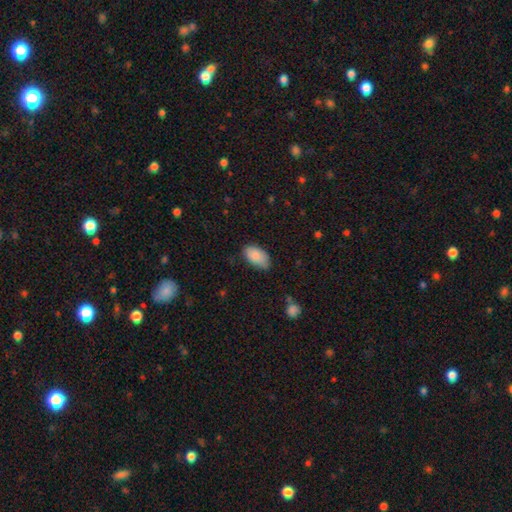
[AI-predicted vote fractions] A smooth galaxy with no disk features (87%) that is in between round and cigar-shaped (95%). Merging: none (73%).